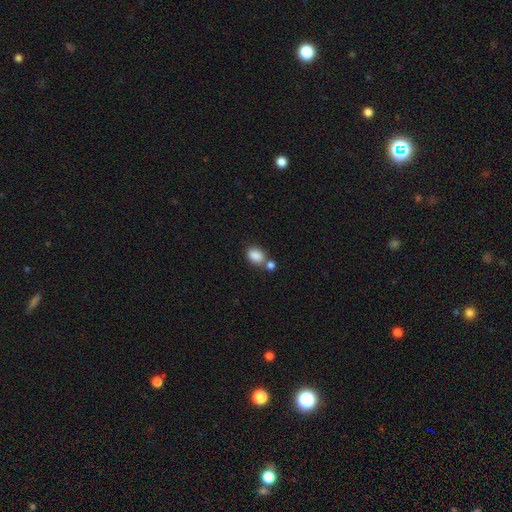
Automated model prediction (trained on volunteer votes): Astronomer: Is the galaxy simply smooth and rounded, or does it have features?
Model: smooth — 87%.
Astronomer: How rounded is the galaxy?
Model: in between — 71%.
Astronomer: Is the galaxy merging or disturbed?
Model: none — 55%.